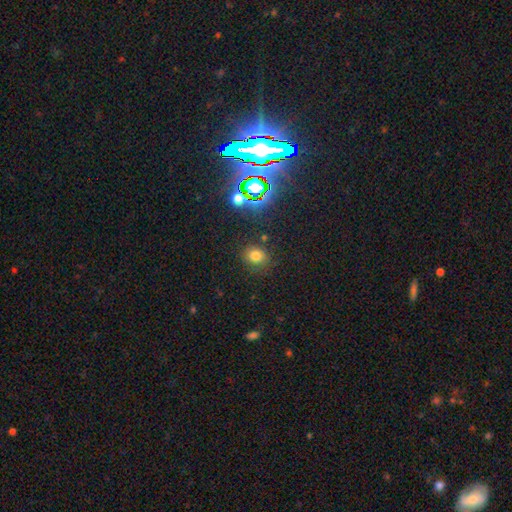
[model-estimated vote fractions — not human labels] Morphology: type=smooth (72%); roundness=round (64%); merging=none (81%).